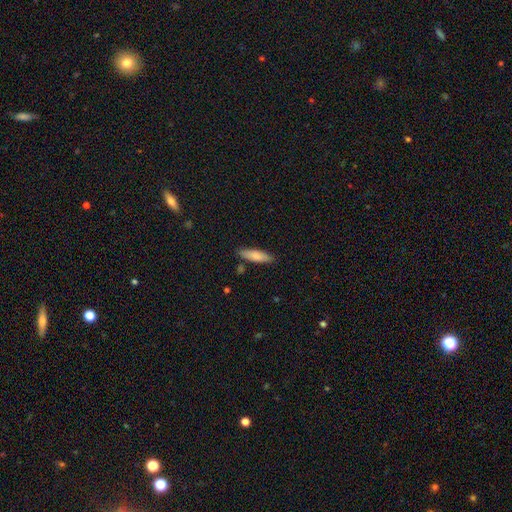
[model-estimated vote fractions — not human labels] Smooth or featured? smooth (80%)
How rounded? cigar-shaped (67%)
Merging? none (84%)